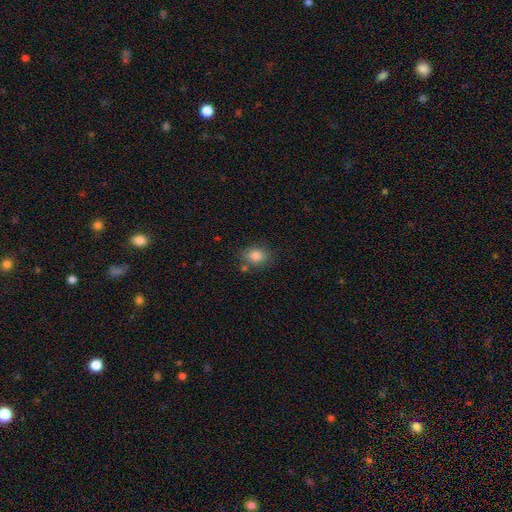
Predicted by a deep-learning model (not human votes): smooth_or_featured: smooth (p=0.84) [alt: star or artifact p=0.09]
how_rounded: in between (p=0.60) [alt: round p=0.39]
merging: none (p=0.71) [alt: minor disturbance p=0.17]